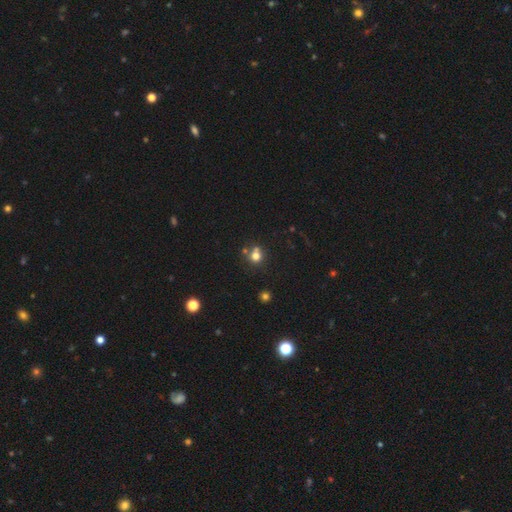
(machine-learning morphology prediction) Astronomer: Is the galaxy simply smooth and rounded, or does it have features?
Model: smooth — 73%.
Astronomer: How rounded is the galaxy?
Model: round — 82%.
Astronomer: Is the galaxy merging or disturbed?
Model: none — 54% (runner-up: merger, 31%).